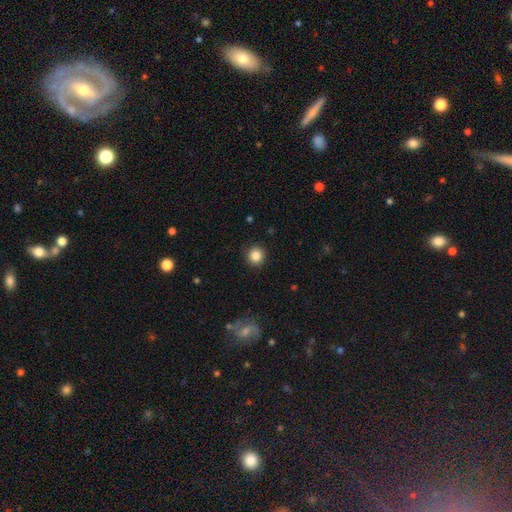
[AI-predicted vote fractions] A smooth galaxy with no disk features (85%) that is round (93%).

Vote fractions:
- Smooth or featured? smooth: 85% / star or artifact: 11% / featured or disk: 5%
- How rounded? round: 93% / in between: 6% / cigar-shaped: 1%
- Merging? none: 90% / minor disturbance: 7% / major disturbance: 2% / merger: 1%